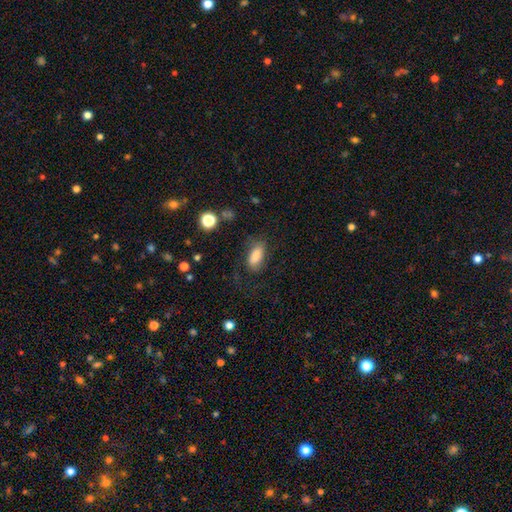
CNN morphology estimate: Overall: smooth (78%). How rounded: in between (87%). Merging: none (65%).